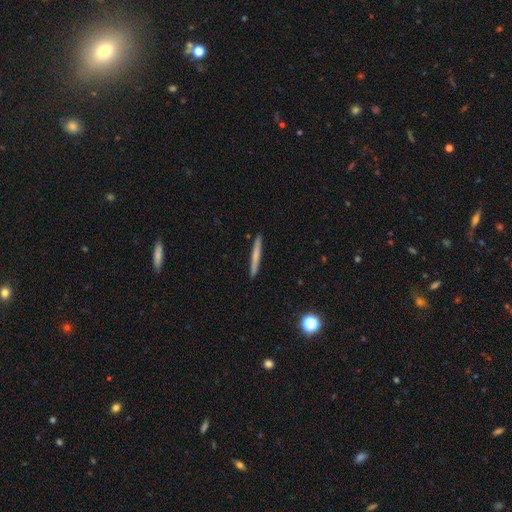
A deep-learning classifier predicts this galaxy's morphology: Smooth or featured? Predicted: smooth (p=0.59). How rounded? Predicted: cigar-shaped (p=0.96). Merging? Predicted: none (p=0.91).